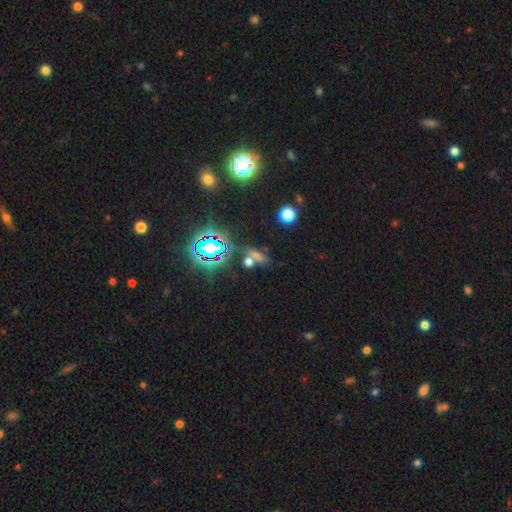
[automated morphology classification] Smooth or featured? star or artifact (51%)